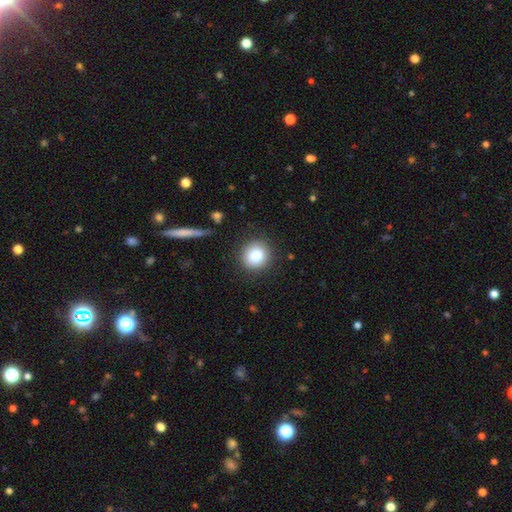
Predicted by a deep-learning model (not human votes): smooth 81%, star or artifact 10%, featured or disk 9%. Down the decision tree: how rounded — round (90%); merging — none (89%).